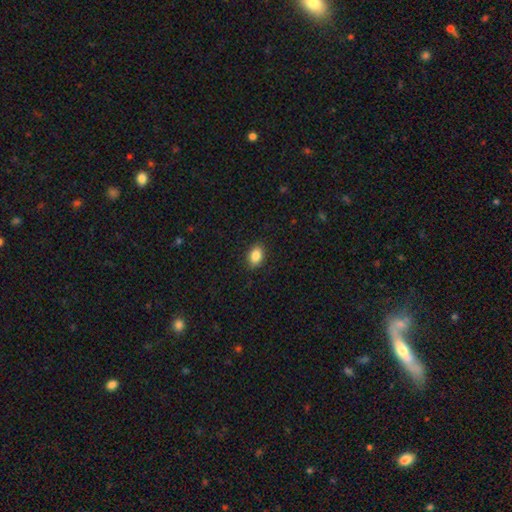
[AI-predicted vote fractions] This appears to be a smooth galaxy with no disk features (87%) that is in between round and cigar-shaped (82%). Merging: none (88%).